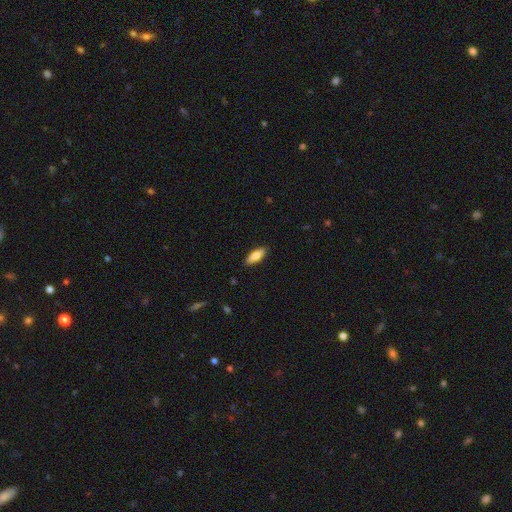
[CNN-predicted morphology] type=smooth (76%); roundness=in between (63%); merging=none (88%).